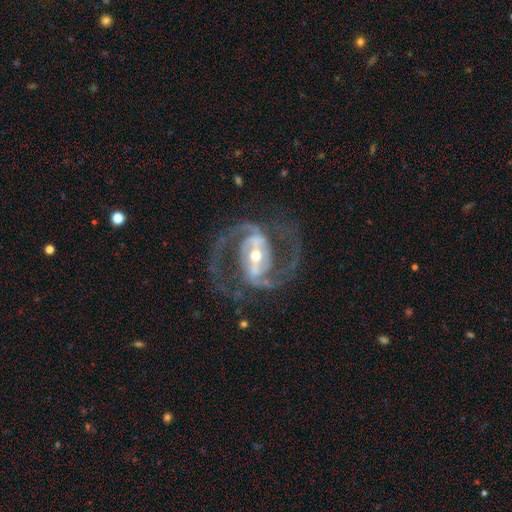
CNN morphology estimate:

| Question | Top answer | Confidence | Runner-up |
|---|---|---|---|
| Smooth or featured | featured or disk | 93% | star or artifact (4%) |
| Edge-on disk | no | 98% | yes (2%) |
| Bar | strong | 59% | weak (30%) |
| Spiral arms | yes | 98% | no (2%) |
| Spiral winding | medium | 68% | tight (16%) |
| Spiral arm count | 2 | 93% | 3 (3%) |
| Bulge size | moderate | 55% | small (39%) |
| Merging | none | 78% | minor disturbance (12%) |